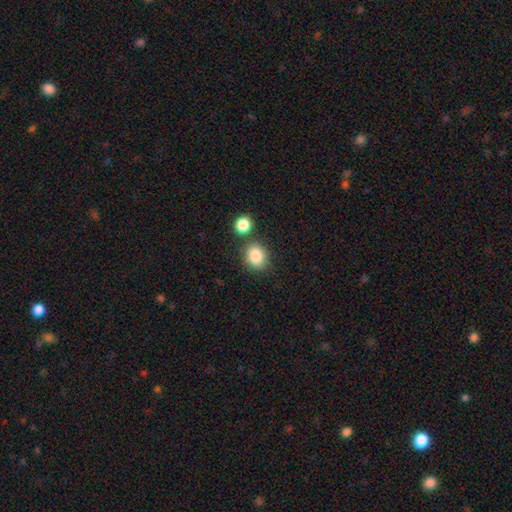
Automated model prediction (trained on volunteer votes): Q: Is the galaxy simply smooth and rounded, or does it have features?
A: smooth — 85%.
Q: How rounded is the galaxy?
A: round — 65%.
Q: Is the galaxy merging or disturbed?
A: none — 73%.